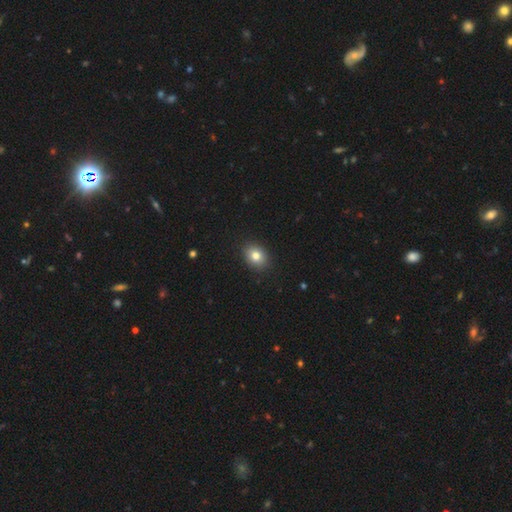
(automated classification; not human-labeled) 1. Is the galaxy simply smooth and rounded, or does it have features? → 80% smooth, 10% featured or disk, 10% star or artifact.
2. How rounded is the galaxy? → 63% in between, 36% round, 1% cigar-shaped.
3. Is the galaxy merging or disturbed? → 90% none, 7% minor disturbance, 2% major disturbance, 1% merger.